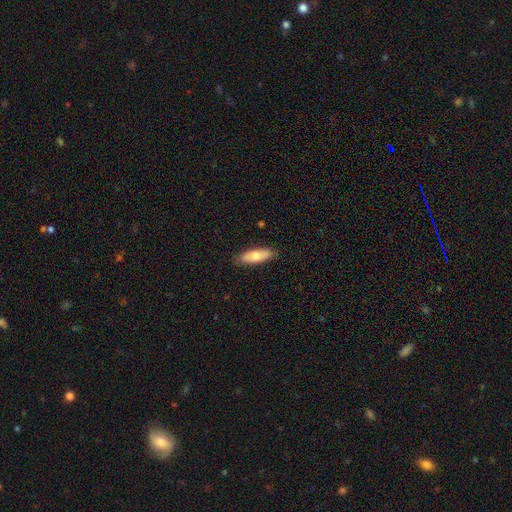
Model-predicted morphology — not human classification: This appears to be a smooth galaxy with no disk features (68%) that is in between round and cigar-shaped (64%). Merging: none (86%).